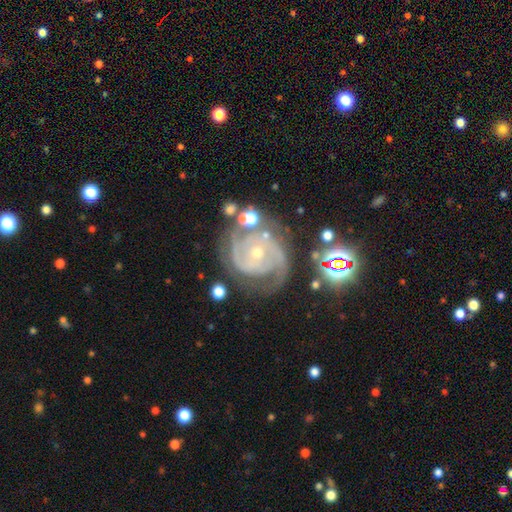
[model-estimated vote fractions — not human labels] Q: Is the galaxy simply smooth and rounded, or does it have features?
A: featured or disk — 88%.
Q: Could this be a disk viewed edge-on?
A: no — 98%.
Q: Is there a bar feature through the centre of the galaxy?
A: no — 67%.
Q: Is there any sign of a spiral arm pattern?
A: yes — 98%.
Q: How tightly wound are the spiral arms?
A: tight — 65%.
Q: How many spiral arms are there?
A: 2 — 49%.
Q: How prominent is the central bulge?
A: small — 66%.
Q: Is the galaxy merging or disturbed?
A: none — 63%.